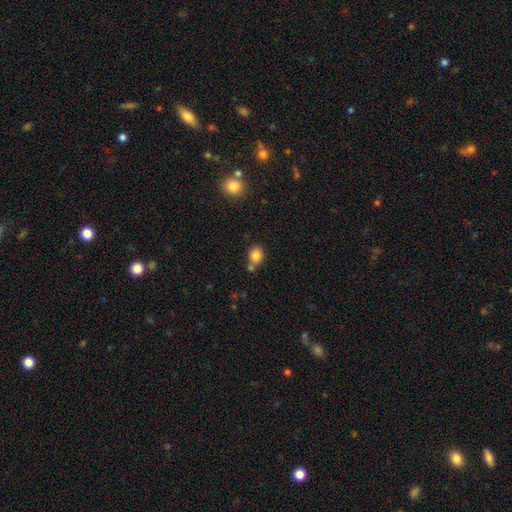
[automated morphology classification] A smooth galaxy with no disk features (84%) that is round (64%). Merging: none (58%).